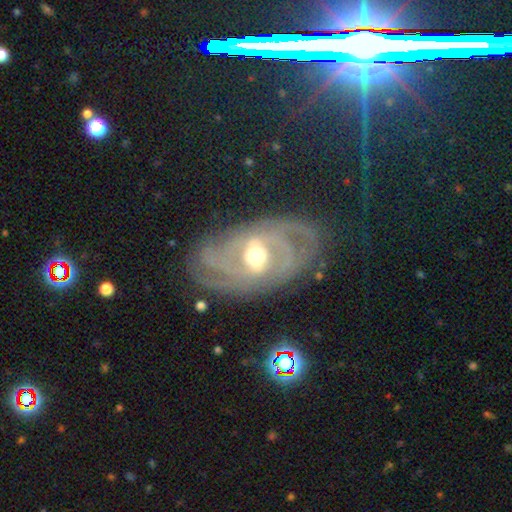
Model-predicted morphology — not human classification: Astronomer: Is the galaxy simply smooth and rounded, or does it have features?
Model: featured or disk — 87%.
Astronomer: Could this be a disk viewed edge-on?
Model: no — 94%.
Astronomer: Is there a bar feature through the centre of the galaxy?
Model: weak — 43% (runner-up: strong, 35%).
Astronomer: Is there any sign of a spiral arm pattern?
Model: yes — 90%.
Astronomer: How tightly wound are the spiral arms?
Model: tight — 57%.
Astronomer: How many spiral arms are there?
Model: can't tell — 32%, tied with 2 at 32%.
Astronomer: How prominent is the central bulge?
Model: moderate — 71%.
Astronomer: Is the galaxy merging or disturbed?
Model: none — 76%.